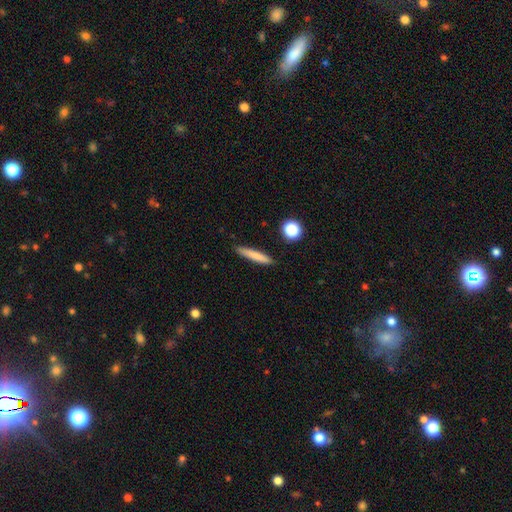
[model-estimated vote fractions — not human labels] Smooth or featured: smooth — 76% (featured or disk — 16%)
How rounded: cigar-shaped — 92% (in between — 6%)
Merging: none — 88% (minor disturbance — 9%)